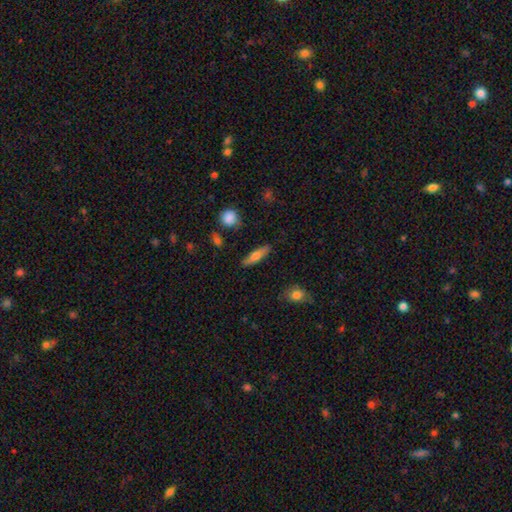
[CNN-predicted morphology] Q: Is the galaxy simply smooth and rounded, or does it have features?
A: smooth — 67%.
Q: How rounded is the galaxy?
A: cigar-shaped — 61%.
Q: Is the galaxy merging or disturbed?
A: none — 85%.